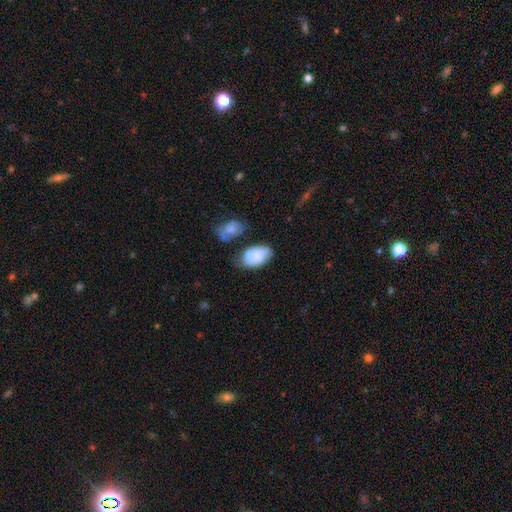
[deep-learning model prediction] Smooth or featured?
  - smooth: 70% *
  - featured or disk: 23%
  - star or artifact: 7%
How rounded?
  - in between: 91% *
  - round: 7%
  - cigar-shaped: 1%
Merging?
  - none: 59% *
  - minor disturbance: 25%
  - merger: 10%
  - major disturbance: 6%